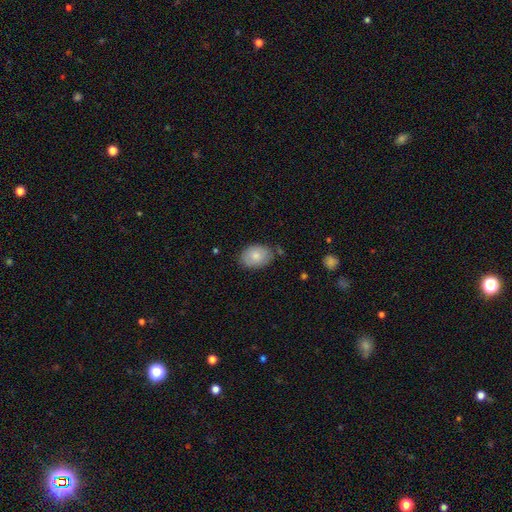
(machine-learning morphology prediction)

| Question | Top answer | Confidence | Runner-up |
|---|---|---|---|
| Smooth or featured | smooth | 80% | featured or disk (14%) |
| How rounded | in between | 80% | round (19%) |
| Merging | none | 76% | minor disturbance (18%) |